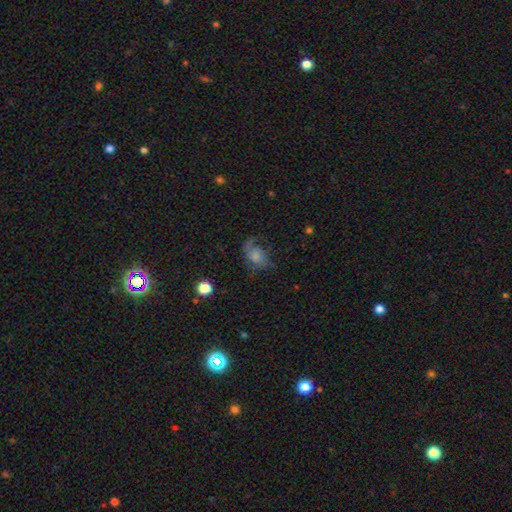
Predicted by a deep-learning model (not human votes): Overall: smooth (47%; featured or disk 42%). Merging: none (39%; major disturbance 33%).